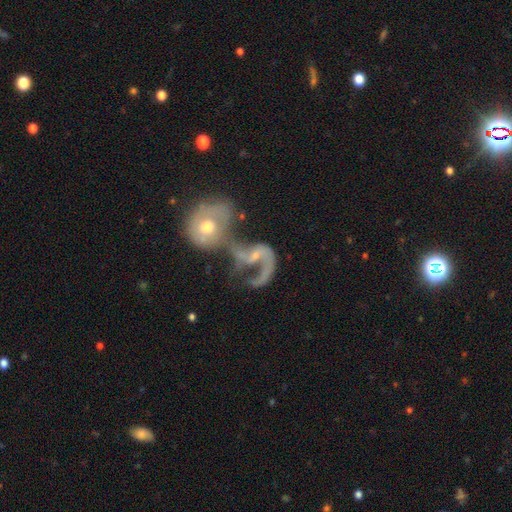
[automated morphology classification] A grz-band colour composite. It shows a featured or disk galaxy (76%) with no bar (58%), 2 (46%) loose (66%) spiral arms (79%) and a small central bulge (49%). Merging: merger (64%).